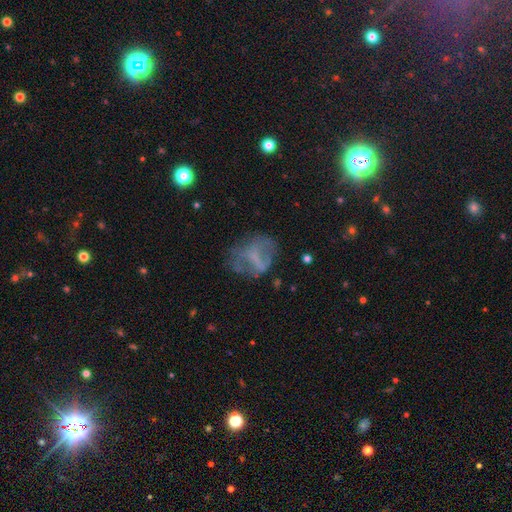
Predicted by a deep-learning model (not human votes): Smooth or featured: featured or disk — 47% (smooth — 36%)
Merging: none — 47% (major disturbance — 27%)